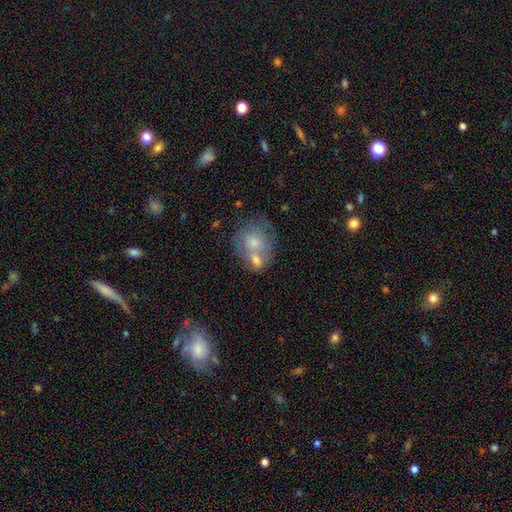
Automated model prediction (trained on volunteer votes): A smooth galaxy with no disk features (66%) that is round (64%).

Vote fractions:
- Smooth or featured? smooth: 66% / featured or disk: 26% / star or artifact: 8%
- How rounded? round: 64% / in between: 34% / cigar-shaped: 1%
- Merging? merger: 59% / none: 26% / minor disturbance: 10% / major disturbance: 5%